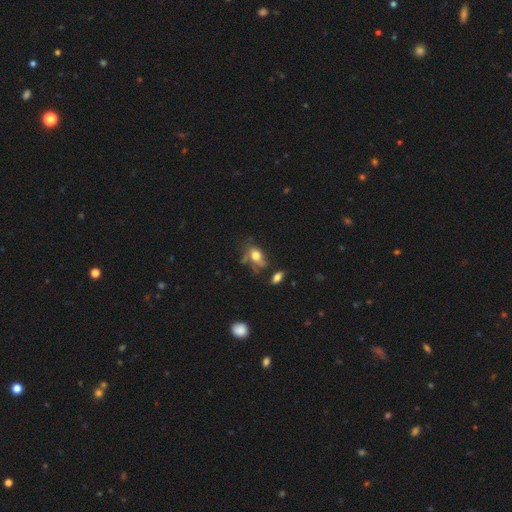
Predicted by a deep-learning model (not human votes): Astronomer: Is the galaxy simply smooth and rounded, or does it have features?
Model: smooth — 61%.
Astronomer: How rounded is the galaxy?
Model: in between — 80%.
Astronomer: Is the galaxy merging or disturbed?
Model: none — 38% (runner-up: minor disturbance, 25%).